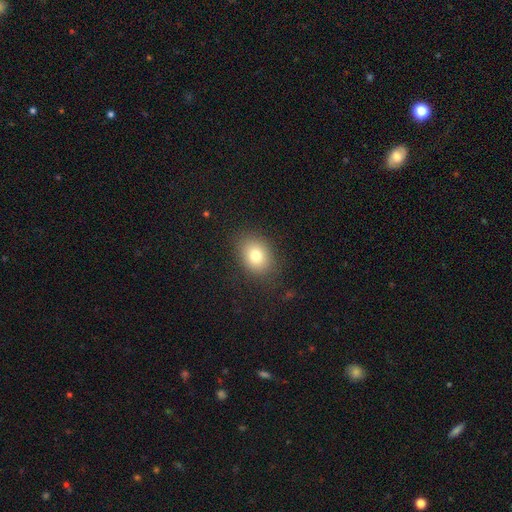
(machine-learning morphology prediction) Q: Smooth or featured?
A: smooth (79%); runner-up: star or artifact (11%)
Q: How rounded?
A: in between (56%); runner-up: round (44%)
Q: Merging?
A: none (85%); runner-up: minor disturbance (10%)